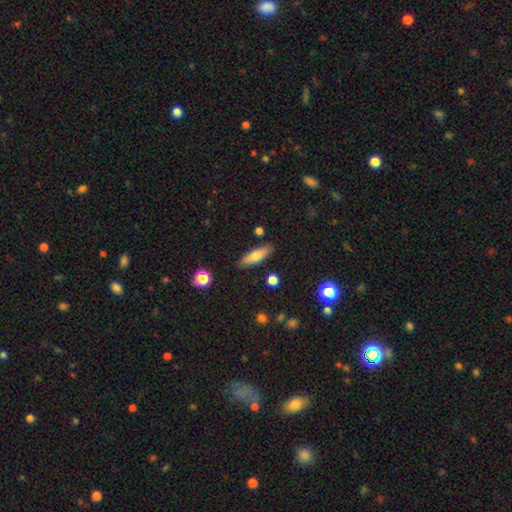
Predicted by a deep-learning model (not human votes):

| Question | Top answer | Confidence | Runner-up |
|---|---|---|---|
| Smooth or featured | smooth | 70% | featured or disk (23%) |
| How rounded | cigar-shaped | 51% | in between (46%) |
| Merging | none | 86% | minor disturbance (9%) |